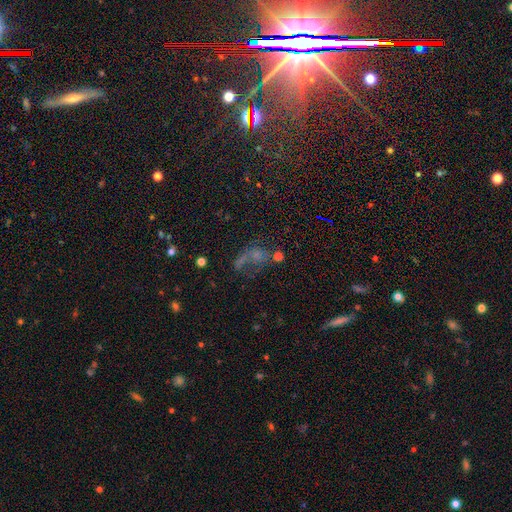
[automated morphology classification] The model was most divided on "smooth or featured": smooth: 35%, star or artifact: 33%, featured or disk: 32%. Remaining: merging — major disturbance (37%).